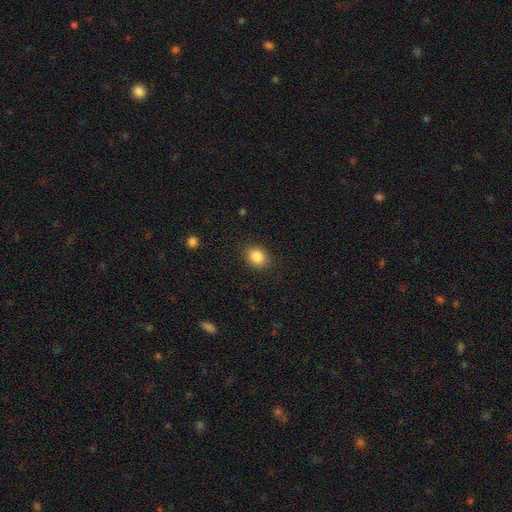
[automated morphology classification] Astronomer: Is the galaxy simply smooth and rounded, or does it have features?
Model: smooth — 85%.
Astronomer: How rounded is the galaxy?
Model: in between — 51% (runner-up: round, 48%).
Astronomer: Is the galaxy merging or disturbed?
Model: none — 86%.